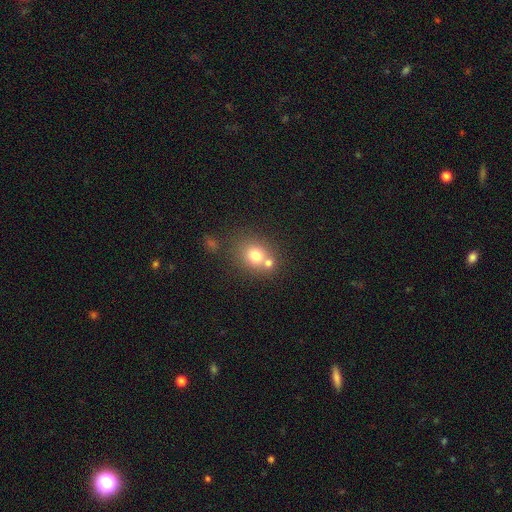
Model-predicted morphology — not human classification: A smooth galaxy with no disk features (73%) that is round (70%).

Vote fractions:
- Smooth or featured? smooth: 73% / featured or disk: 15% / star or artifact: 12%
- How rounded? round: 70% / in between: 29% / cigar-shaped: 1%
- Merging? none: 49% / merger: 38% / minor disturbance: 10% / major disturbance: 4%